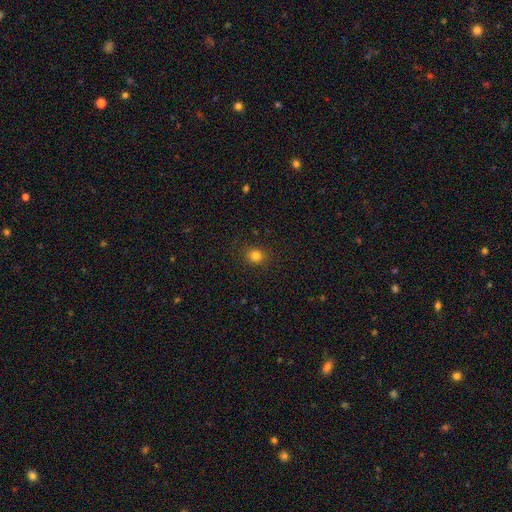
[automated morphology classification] This appears to be a smooth galaxy with no disk features (81%) that is round (81%). Merging: none (88%).